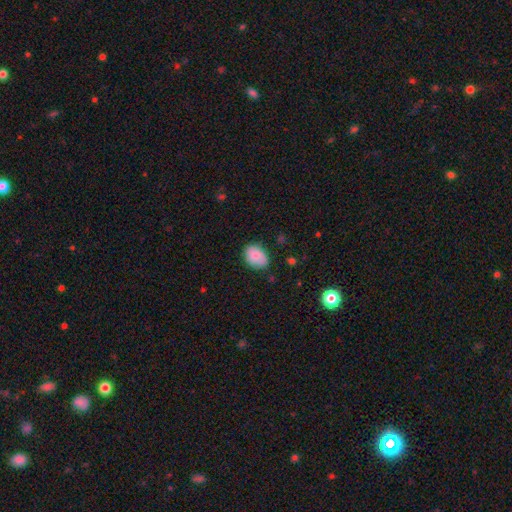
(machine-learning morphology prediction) Smooth or featured: smooth — 83% (featured or disk — 9%)
How rounded: in between — 74% (round — 25%)
Merging: none — 74% (minor disturbance — 21%)